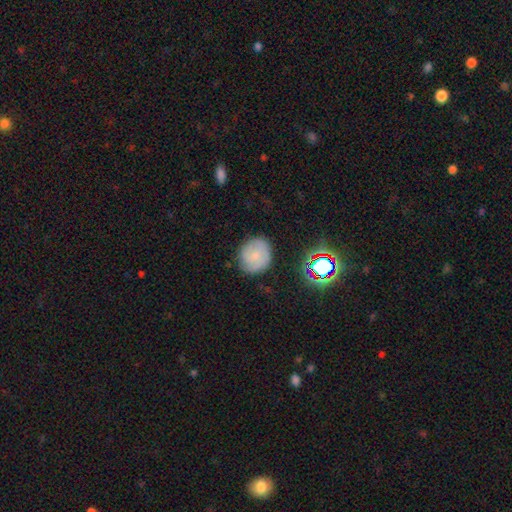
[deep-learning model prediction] Smooth or featured: smooth — 65% (featured or disk — 24%)
How rounded: round — 82% (in between — 17%)
Merging: none — 80% (minor disturbance — 14%)